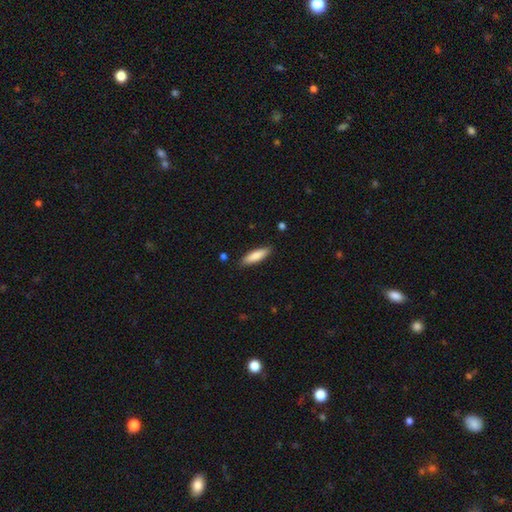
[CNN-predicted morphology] smooth_or_featured: smooth (p=0.83) [alt: featured or disk p=0.12]
how_rounded: cigar-shaped (p=0.58) [alt: in between p=0.41]
merging: none (p=0.86) [alt: minor disturbance p=0.10]